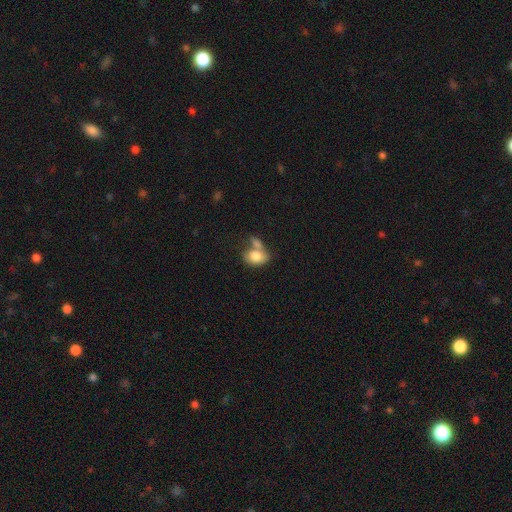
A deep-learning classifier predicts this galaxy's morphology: smooth-or-featured: smooth: 79% | featured or disk: 14% | star or artifact: 7%
  how-rounded: in between: 75% | round: 24% | cigar-shaped: 1%
  merging: merger: 49% | none: 29% | minor disturbance: 14% | major disturbance: 8%